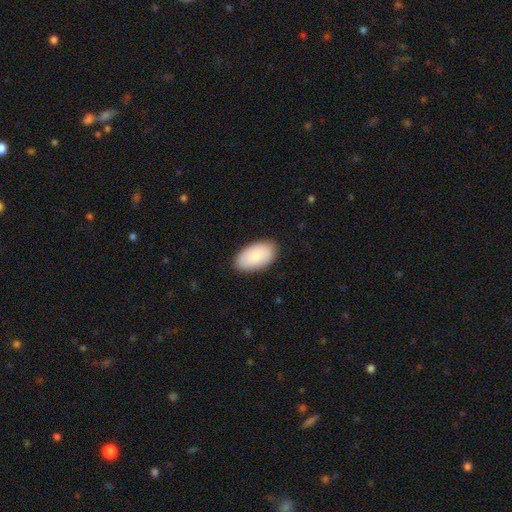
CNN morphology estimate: Smooth or featured? Predicted: smooth (p=0.84). How rounded? Predicted: in between (p=0.95). Merging? Predicted: none (p=0.86).